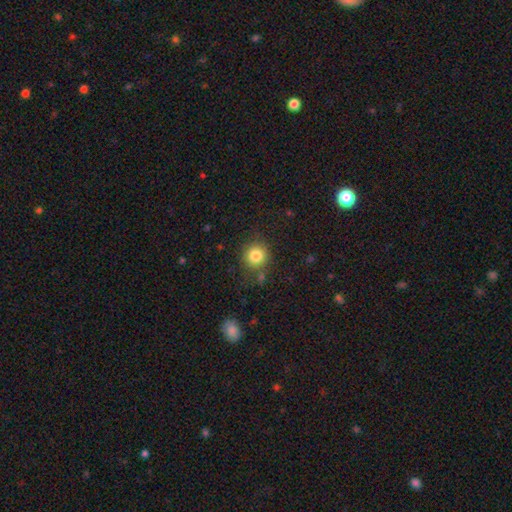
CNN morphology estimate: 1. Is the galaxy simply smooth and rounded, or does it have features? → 83% smooth, 11% star or artifact, 6% featured or disk.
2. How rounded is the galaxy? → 92% round, 7% in between, 1% cigar-shaped.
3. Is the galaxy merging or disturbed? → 81% none, 11% minor disturbance, 4% merger, 4% major disturbance.